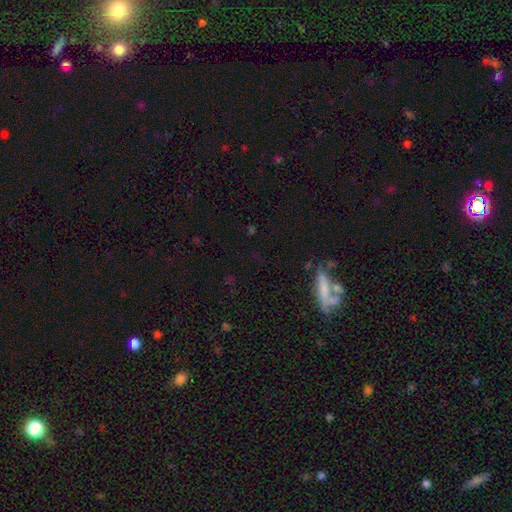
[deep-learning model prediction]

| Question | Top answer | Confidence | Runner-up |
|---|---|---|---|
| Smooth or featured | star or artifact | 54% | smooth (34%) |